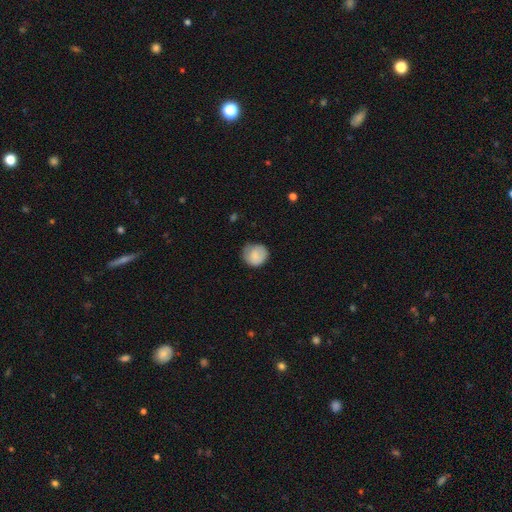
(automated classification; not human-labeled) This is clearly a smooth galaxy (84%). How rounded: clearly round (87%). Merging: likely none (68%).